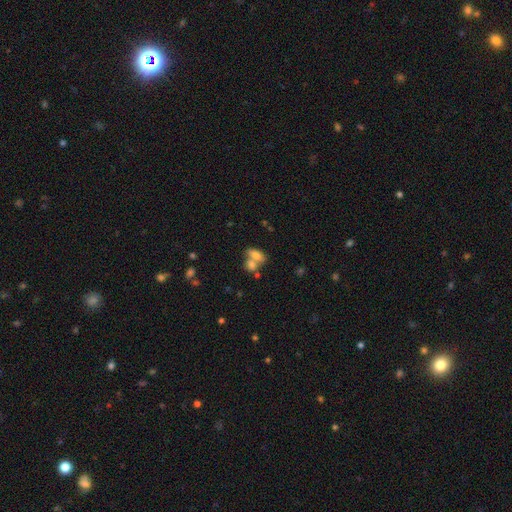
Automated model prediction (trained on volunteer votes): Morphology: type=smooth (74%); roundness=in between (82%); merging=merger (53%).